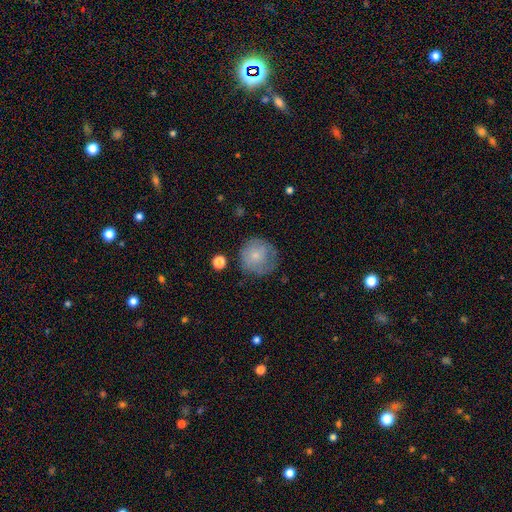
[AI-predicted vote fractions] Smooth or featured?
  - smooth: 71% *
  - featured or disk: 21%
  - star or artifact: 8%
How rounded?
  - round: 91% *
  - in between: 8%
  - cigar-shaped: 1%
Merging?
  - none: 63% *
  - minor disturbance: 24%
  - major disturbance: 11%
  - merger: 2%